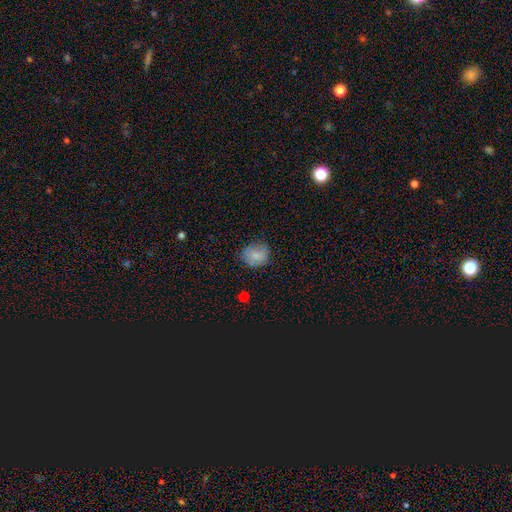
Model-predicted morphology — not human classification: smooth 79%, featured or disk 13%, star or artifact 9%. Down the decision tree: how rounded — round (70%); merging — none (71%).